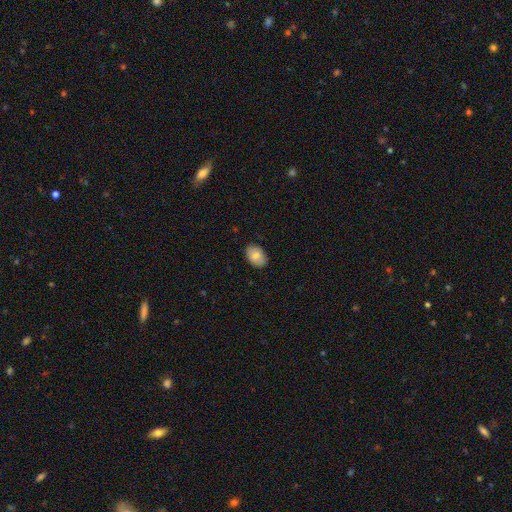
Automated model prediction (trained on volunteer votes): A smooth galaxy with no disk features (79%) that is in between round and cigar-shaped (85%).

Vote fractions:
- Smooth or featured? smooth: 79% / featured or disk: 15% / star or artifact: 7%
- How rounded? in between: 85% / round: 14% / cigar-shaped: 1%
- Merging? none: 87% / minor disturbance: 10% / major disturbance: 2% / merger: 1%